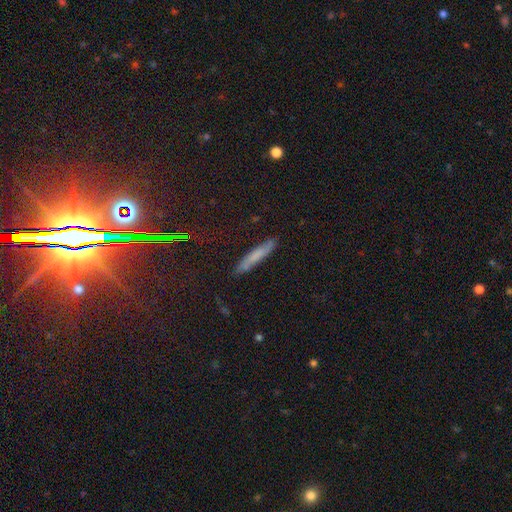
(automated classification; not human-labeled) A smooth galaxy with no disk features (60%) that is cigar-shaped (92%).

Vote fractions:
- Smooth or featured? smooth: 60% / featured or disk: 27% / star or artifact: 12%
- How rounded? cigar-shaped: 92% / in between: 6% / round: 2%
- Merging? none: 81% / minor disturbance: 14% / major disturbance: 3% / merger: 2%